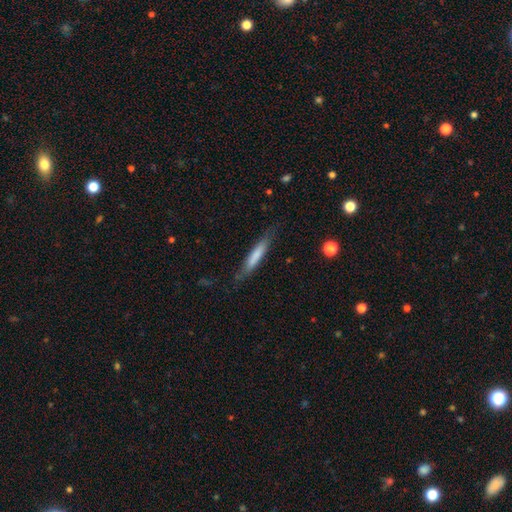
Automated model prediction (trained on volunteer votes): Morphology: type=smooth (70%); roundness=cigar-shaped (90%); merging=none (78%).